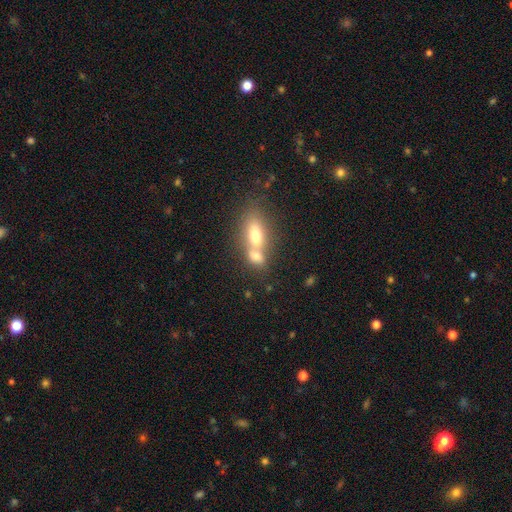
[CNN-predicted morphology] Overall: smooth (73%). How rounded: in between (73%). Merging: merger (67%).